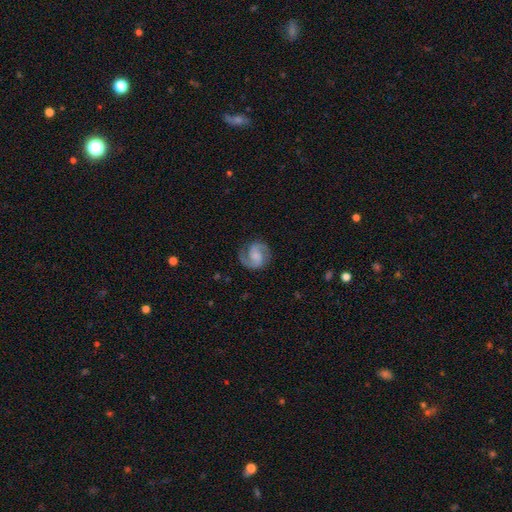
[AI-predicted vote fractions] A featured or disk galaxy (86%) with no bar (47%), 2 (92%) medium (57%) spiral arms (98%) and a small central bulge (32%). Merging: none (83%).